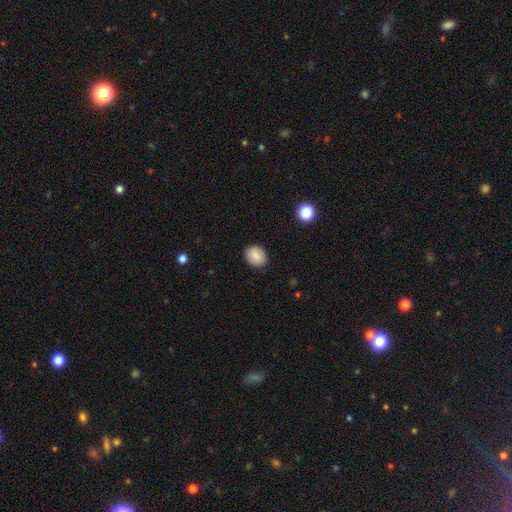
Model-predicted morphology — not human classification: Q: Smooth or featured?
A: smooth (82%); runner-up: featured or disk (10%)
Q: How rounded?
A: round (59%); runner-up: in between (40%)
Q: Merging?
A: none (86%); runner-up: minor disturbance (10%)